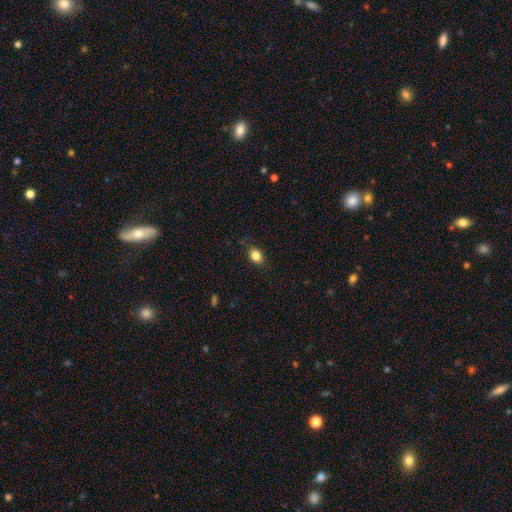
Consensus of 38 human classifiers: Overall: smooth (89%). How rounded: in between (79%). Merging: none (83%).